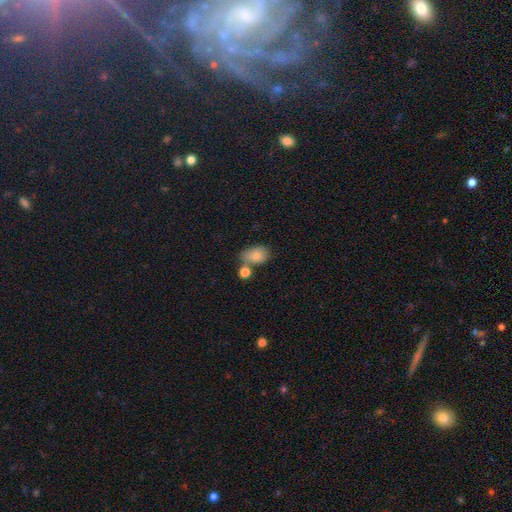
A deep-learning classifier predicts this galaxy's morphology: smooth_or_featured: smooth (p=0.80) [alt: featured or disk p=0.11]
how_rounded: in between (p=0.78) [alt: round p=0.21]
merging: none (p=0.52) [alt: merger p=0.26]